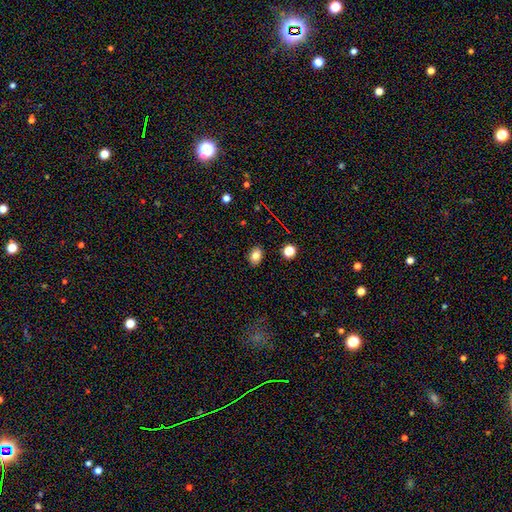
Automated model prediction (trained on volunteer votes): smooth 80%, star or artifact 11%, featured or disk 9%. Down the decision tree: how rounded — in between (78%); merging — none (88%).